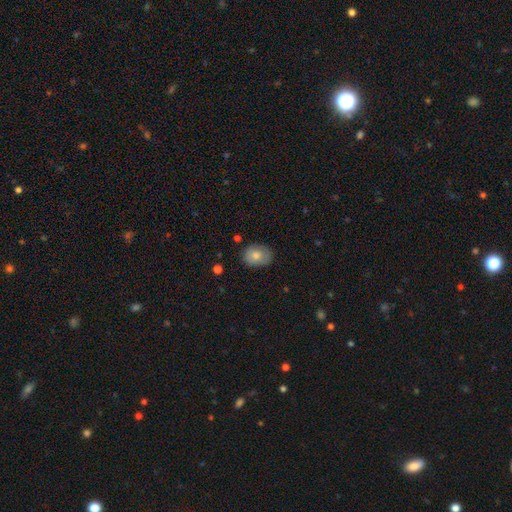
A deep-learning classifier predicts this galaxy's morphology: Q: Smooth or featured?
A: smooth (76%); runner-up: featured or disk (16%)
Q: How rounded?
A: in between (60%); runner-up: round (39%)
Q: Merging?
A: none (78%); runner-up: minor disturbance (17%)